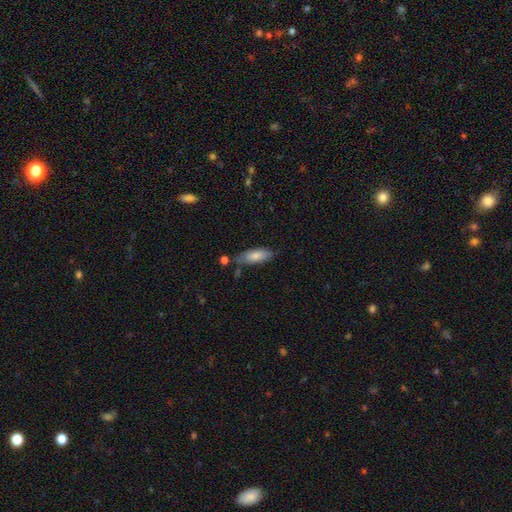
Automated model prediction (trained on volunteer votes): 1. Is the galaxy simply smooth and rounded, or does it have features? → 79% smooth, 15% featured or disk, 6% star or artifact.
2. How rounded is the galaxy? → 73% in between, 25% cigar-shaped, 2% round.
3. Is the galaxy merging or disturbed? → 60% none, 25% minor disturbance, 9% merger, 6% major disturbance.